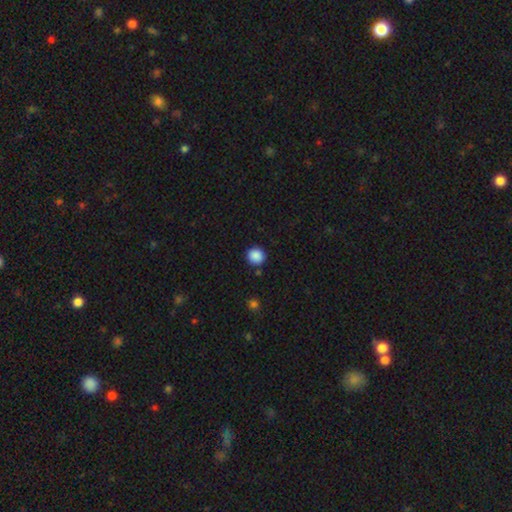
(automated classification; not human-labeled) smooth_or_featured: smooth (p=0.88) [alt: star or artifact p=0.09]
how_rounded: round (p=0.90) [alt: in between p=0.09]
merging: none (p=0.89) [alt: minor disturbance p=0.07]